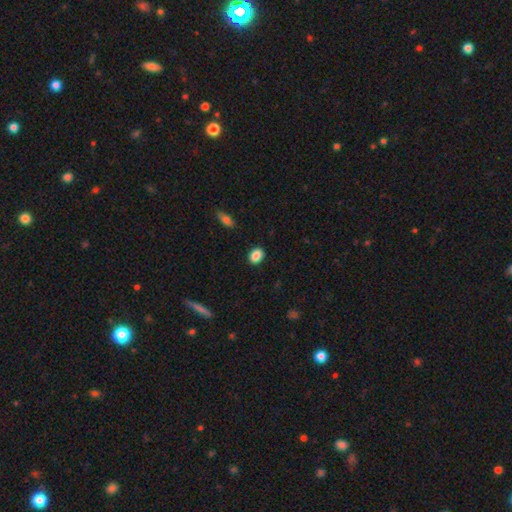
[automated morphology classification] Q: Smooth or featured?
A: smooth (87%); runner-up: star or artifact (8%)
Q: How rounded?
A: in between (60%); runner-up: round (38%)
Q: Merging?
A: none (89%); runner-up: minor disturbance (8%)